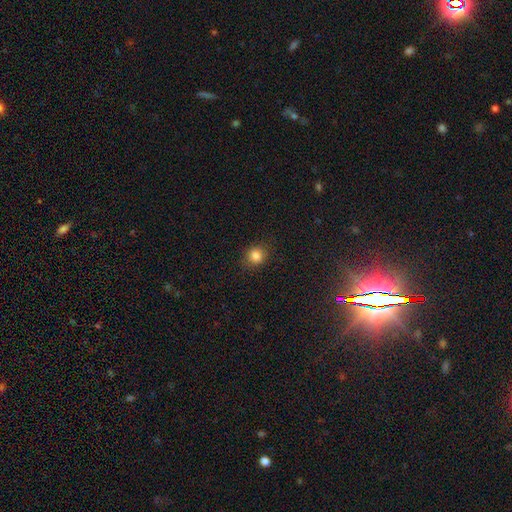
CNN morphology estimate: smooth_or_featured: smooth (p=0.84) [alt: star or artifact p=0.12]
how_rounded: round (p=0.79) [alt: in between p=0.20]
merging: none (p=0.87) [alt: minor disturbance p=0.10]